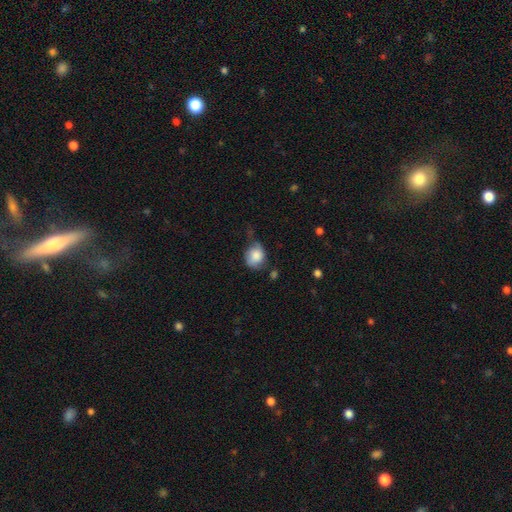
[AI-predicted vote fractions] Q: Smooth or featured?
A: smooth (83%); runner-up: featured or disk (10%)
Q: How rounded?
A: round (60%); runner-up: in between (38%)
Q: Merging?
A: none (46%); runner-up: minor disturbance (35%)